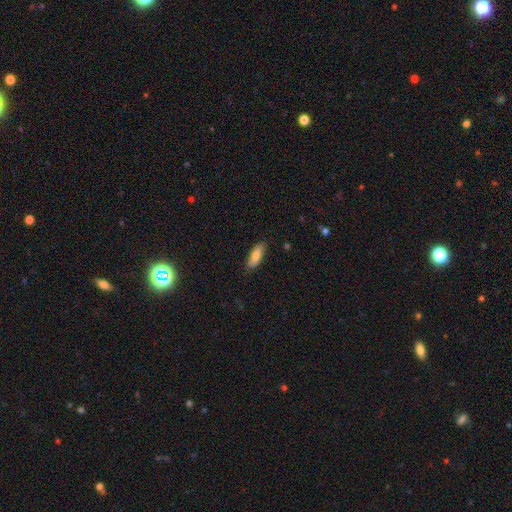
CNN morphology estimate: type=smooth (77%); roundness=in between (74%); merging=none (84%).